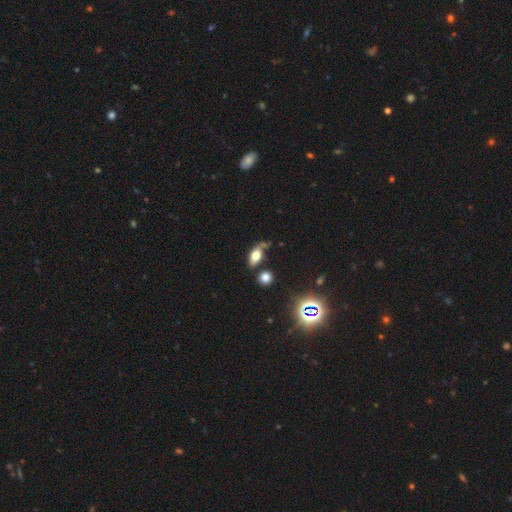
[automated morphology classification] This is likely a smooth galaxy (62%). How rounded: clearly in between (80%). Merging: likely none (61%).